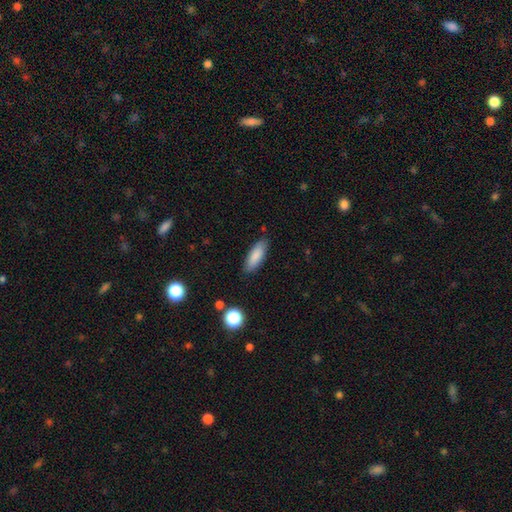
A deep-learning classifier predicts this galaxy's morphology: Overall: smooth (85%). How rounded: in between (59%; cigar-shaped 39%). Merging: none (86%).